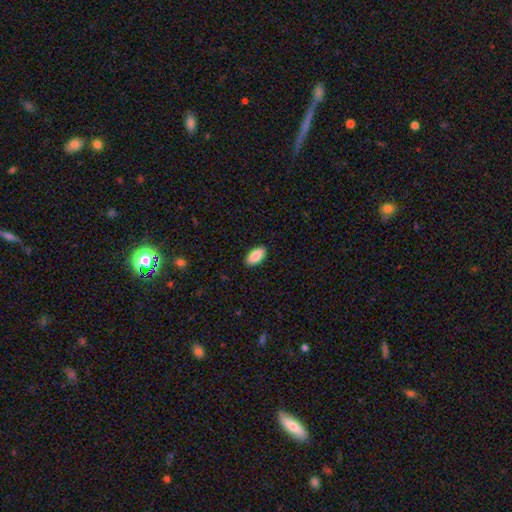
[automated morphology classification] A smooth galaxy with no disk features (89%) that is in between round and cigar-shaped (93%). Merging: none (90%).